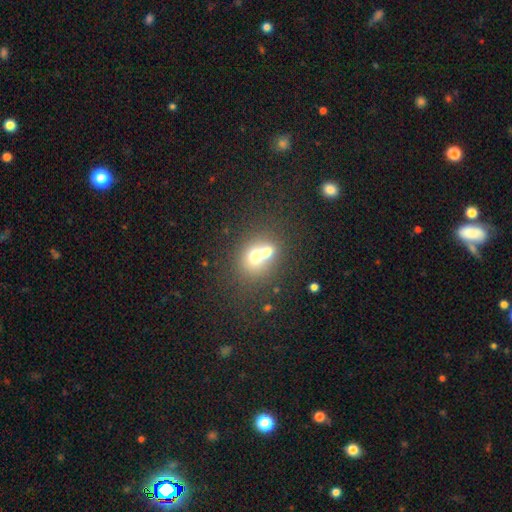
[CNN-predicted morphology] type=smooth (64%); roundness=round (64%); merging=merger (66%).